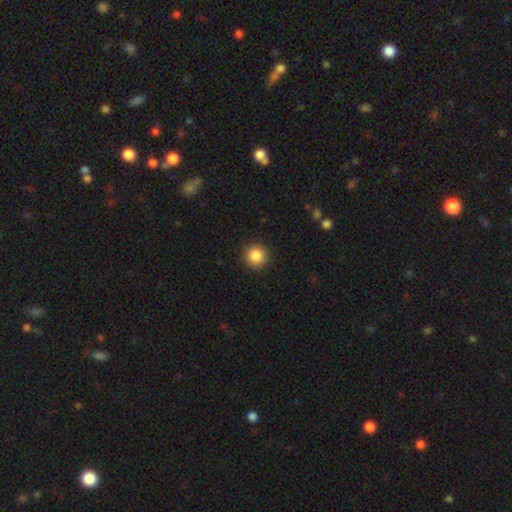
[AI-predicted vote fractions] This appears to be a smooth galaxy with no disk features (87%) that is round (95%). Merging: none (92%).